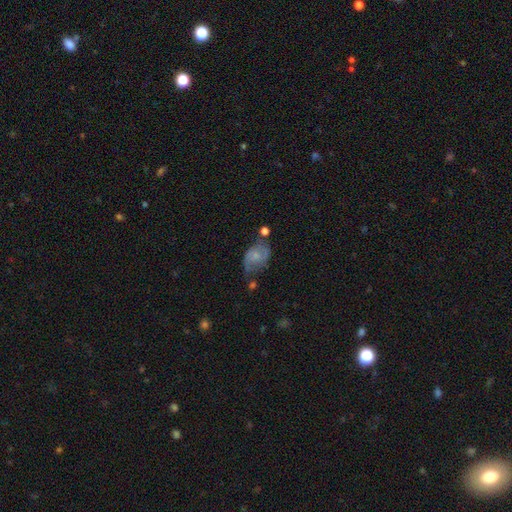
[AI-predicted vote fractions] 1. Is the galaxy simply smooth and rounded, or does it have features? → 54% featured or disk, 37% smooth, 9% star or artifact.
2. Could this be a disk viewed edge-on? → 96% no, 4% yes.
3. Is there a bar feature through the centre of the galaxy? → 66% no, 29% weak, 5% strong.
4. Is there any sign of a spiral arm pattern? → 82% yes, 18% no.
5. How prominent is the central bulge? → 47% small, 30% moderate, 18% none, 4% large, 1% dominant.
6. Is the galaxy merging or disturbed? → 48% none, 28% minor disturbance, 14% major disturbance, 10% merger.